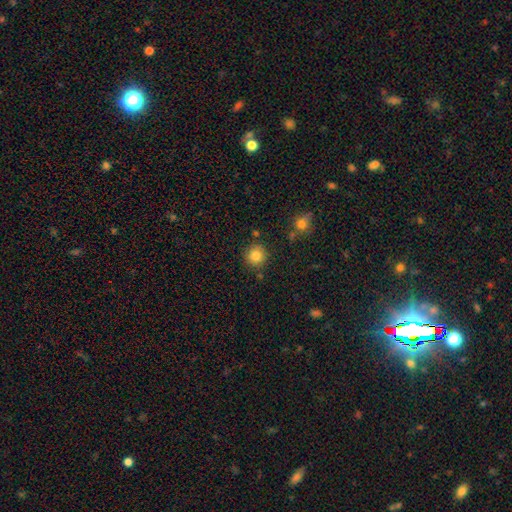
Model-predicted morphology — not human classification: The model was most divided on "smooth or featured": smooth: 83%, star or artifact: 11%, featured or disk: 6%. More confident: how rounded — round (93%); merging — none (86%).